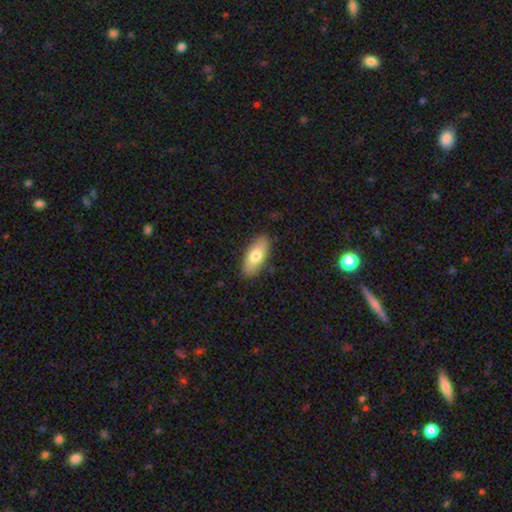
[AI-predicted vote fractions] Smooth or featured?
  - smooth: 74% *
  - featured or disk: 20%
  - star or artifact: 6%
How rounded?
  - in between: 83% *
  - cigar-shaped: 15%
  - round: 3%
Merging?
  - none: 87% *
  - minor disturbance: 10%
  - major disturbance: 2%
  - merger: 1%